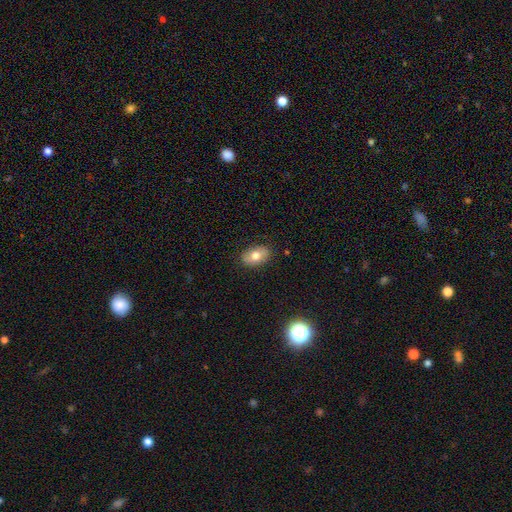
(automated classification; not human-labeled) smooth-or-featured: smooth: 73% | featured or disk: 19% | star or artifact: 8%
  how-rounded: in between: 88% | round: 11% | cigar-shaped: 1%
  merging: none: 86% | minor disturbance: 11% | major disturbance: 2% | merger: 1%